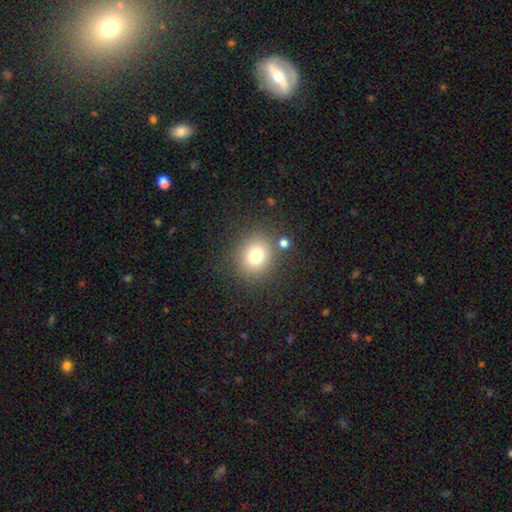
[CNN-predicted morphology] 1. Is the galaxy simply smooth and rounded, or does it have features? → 76% smooth, 14% star or artifact, 10% featured or disk.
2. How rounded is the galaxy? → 78% round, 21% in between, 1% cigar-shaped.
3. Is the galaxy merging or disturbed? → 82% none, 9% minor disturbance, 6% merger, 4% major disturbance.